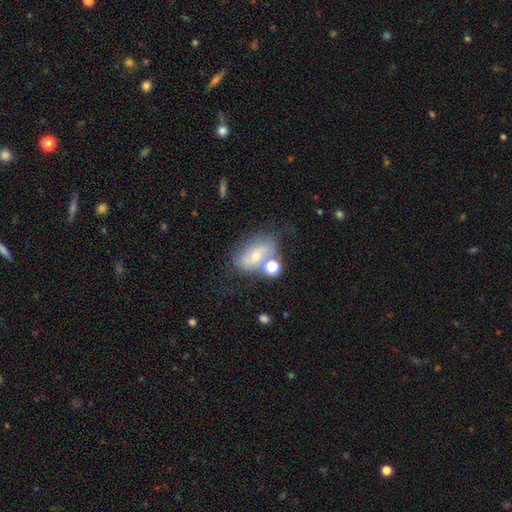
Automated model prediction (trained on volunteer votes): Morphology: type=featured or disk (46%); merging=none (43%).